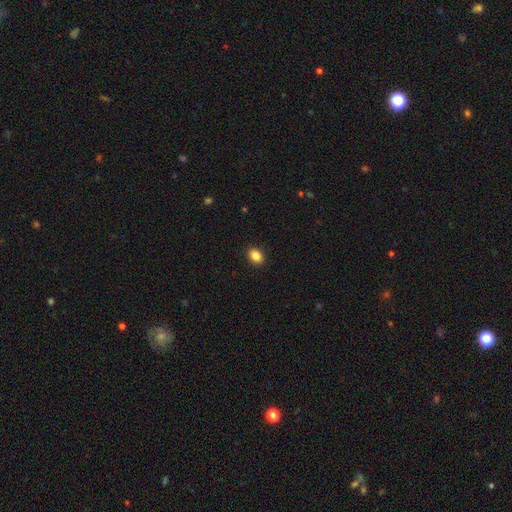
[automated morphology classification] type=smooth (87%); roundness=in between (70%); merging=none (91%).